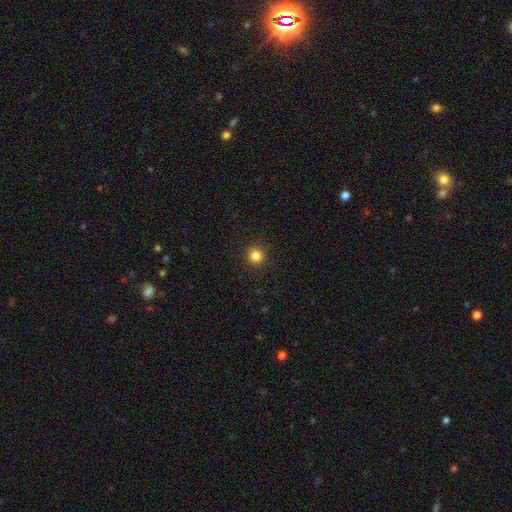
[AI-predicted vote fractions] A smooth galaxy with no disk features (83%) that is round (94%). Merging: none (92%).